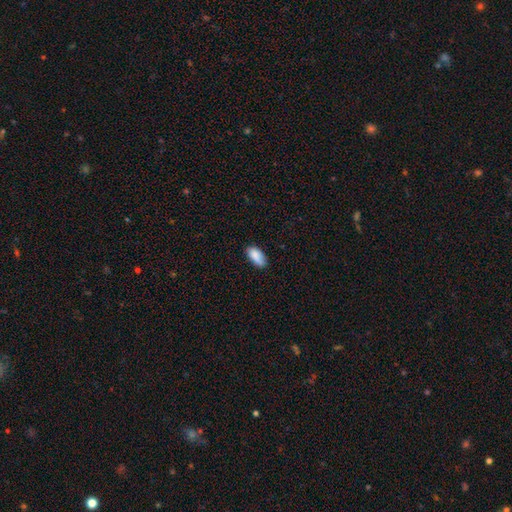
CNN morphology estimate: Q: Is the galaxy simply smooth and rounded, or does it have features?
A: smooth — 86%.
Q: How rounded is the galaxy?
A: in between — 92%.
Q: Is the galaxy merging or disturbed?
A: none — 72%.